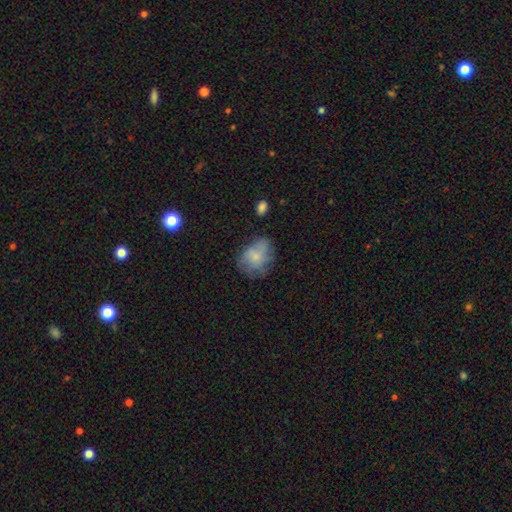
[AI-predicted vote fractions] smooth-or-featured: smooth: 63% | featured or disk: 27% | star or artifact: 10%
  how-rounded: in between: 51% | round: 48% | cigar-shaped: 1%
  merging: none: 49% | minor disturbance: 29% | major disturbance: 16% | merger: 5%